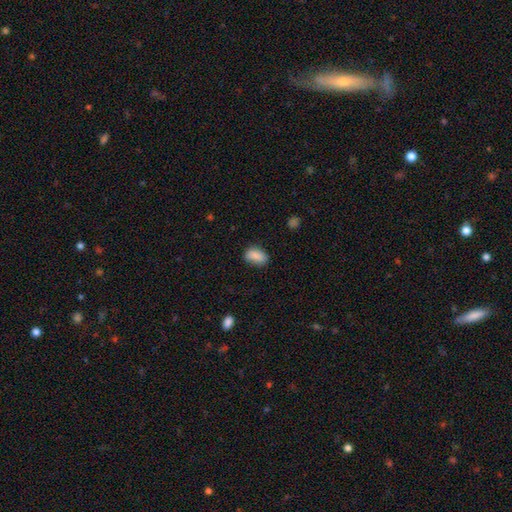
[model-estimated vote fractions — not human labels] Overall: smooth (87%). How rounded: in between (89%). Merging: none (76%).